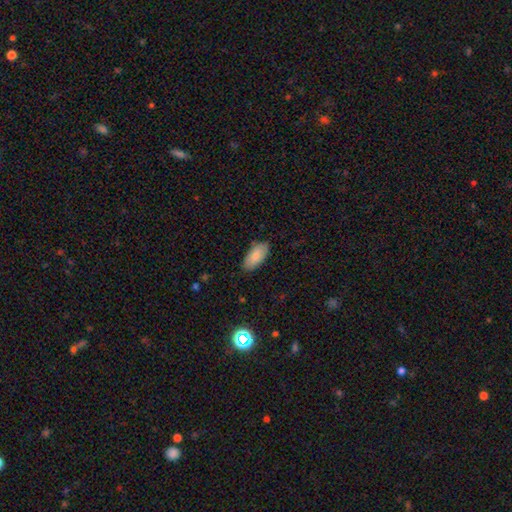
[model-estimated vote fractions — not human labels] This appears to be a smooth galaxy with no disk features (86%) that is in between round and cigar-shaped (92%). Merging: none (85%).